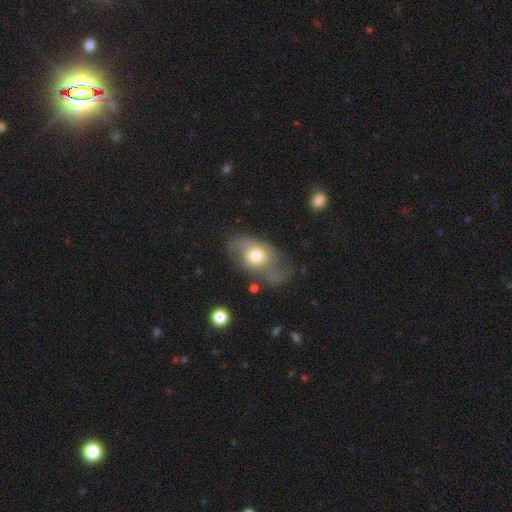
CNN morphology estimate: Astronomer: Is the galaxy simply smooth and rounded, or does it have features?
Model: smooth — 55% (runner-up: featured or disk, 37%).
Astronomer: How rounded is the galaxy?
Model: in between — 79%.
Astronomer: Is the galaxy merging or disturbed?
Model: none — 38% (runner-up: major disturbance, 30%).